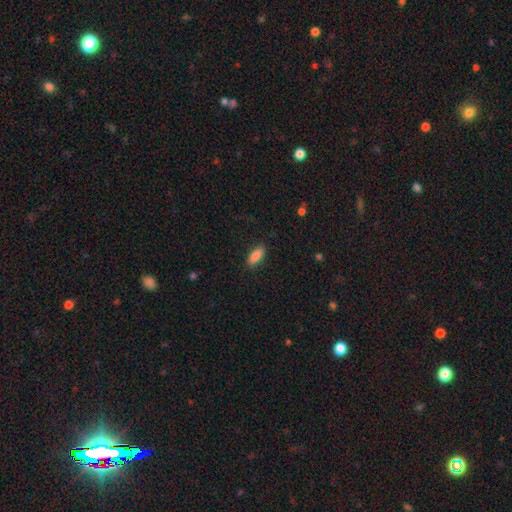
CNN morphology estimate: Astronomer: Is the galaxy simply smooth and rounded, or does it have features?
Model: smooth — 89%.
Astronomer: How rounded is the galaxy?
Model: in between — 80%.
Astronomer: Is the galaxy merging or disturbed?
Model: none — 88%.